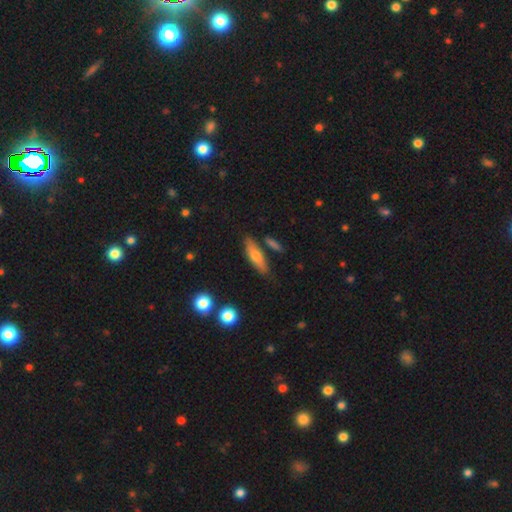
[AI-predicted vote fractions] smooth 65%, featured or disk 28%, star or artifact 7%. Down the decision tree: how rounded — cigar-shaped (58%); merging — none (77%).